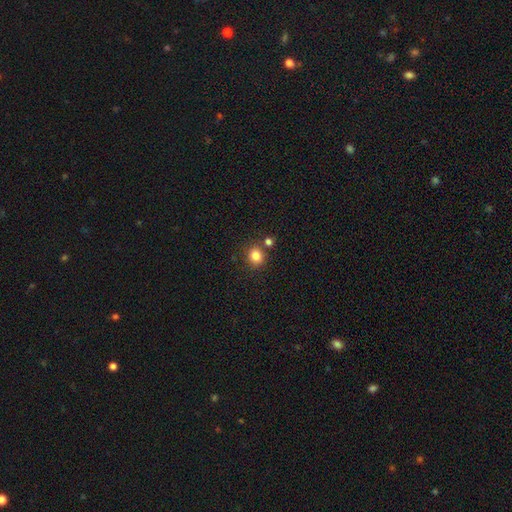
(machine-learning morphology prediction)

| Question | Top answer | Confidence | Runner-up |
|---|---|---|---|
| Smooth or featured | smooth | 83% | star or artifact (12%) |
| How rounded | round | 81% | in between (18%) |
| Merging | none | 76% | merger (12%) |